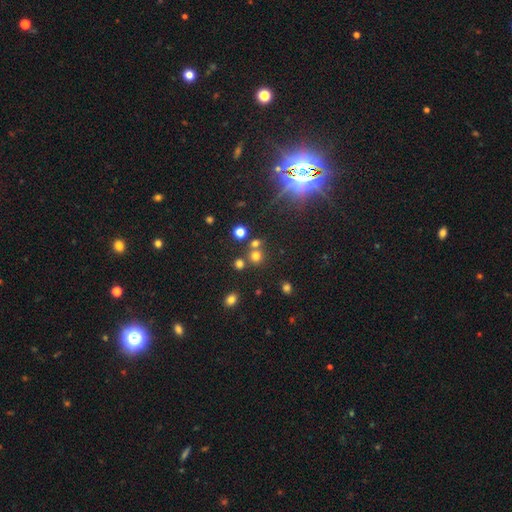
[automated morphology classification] This appears to be a smooth galaxy with no disk features (65%) that is round (89%). Merging: none (68%).